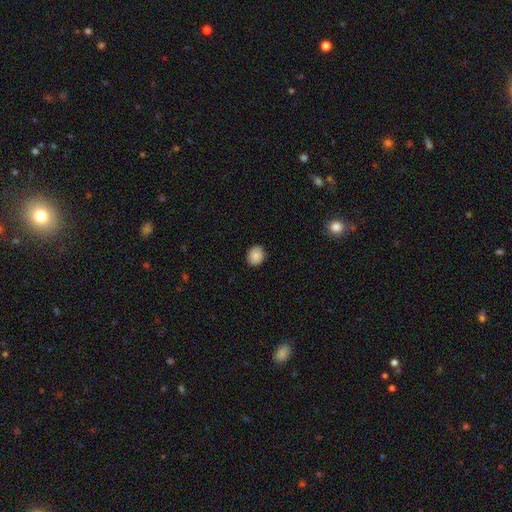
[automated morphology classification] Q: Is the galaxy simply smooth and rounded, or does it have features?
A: smooth — 88%.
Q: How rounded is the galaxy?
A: round — 67%.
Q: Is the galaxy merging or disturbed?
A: none — 90%.